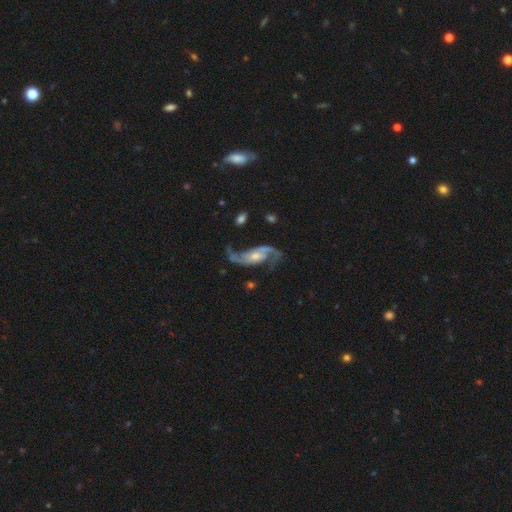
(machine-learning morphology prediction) Smooth or featured?
  - featured or disk: 90% *
  - star or artifact: 5%
  - smooth: 5%
Edge-on disk?
  - no: 96% *
  - yes: 4%
Bar?
  - no: 51% *
  - weak: 35%
  - strong: 14%
Spiral arms?
  - yes: 97% *
  - no: 3%
Spiral winding?
  - loose: 56% *
  - medium: 35%
  - tight: 9%
Spiral arm count?
  - 2: 92% *
  - can't tell: 2%
  - 1: 2%
  - 3: 2%
  - 4: 1%
  - more than 4: 1%
Bulge size?
  - moderate: 54% *
  - small: 35%
  - large: 7%
  - none: 4%
  - dominant: 1%
Merging?
  - none: 64% *
  - minor disturbance: 18%
  - major disturbance: 14%
  - merger: 4%